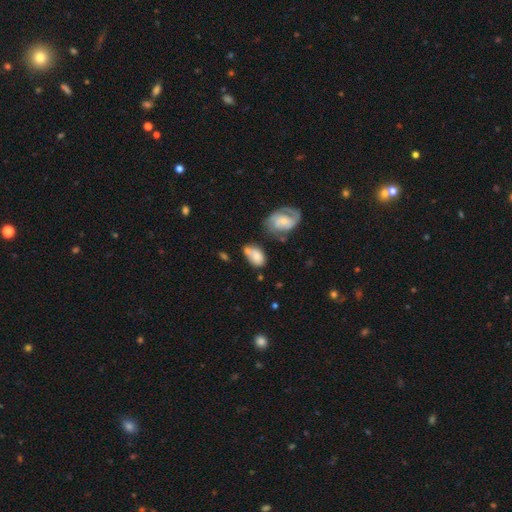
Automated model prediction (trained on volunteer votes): Q: Smooth or featured?
A: smooth (66%); runner-up: featured or disk (26%)
Q: How rounded?
A: in between (85%); runner-up: round (13%)
Q: Merging?
A: none (37%); runner-up: merger (28%)